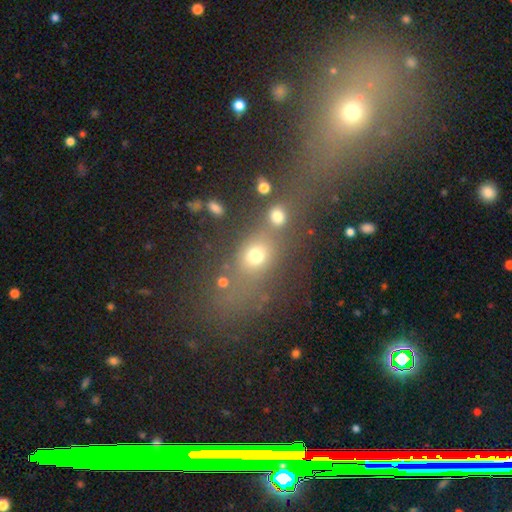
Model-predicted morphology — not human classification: This appears to be a smooth galaxy with no disk features (65%) that is in between round and cigar-shaped (49%). Merging: none (43%).